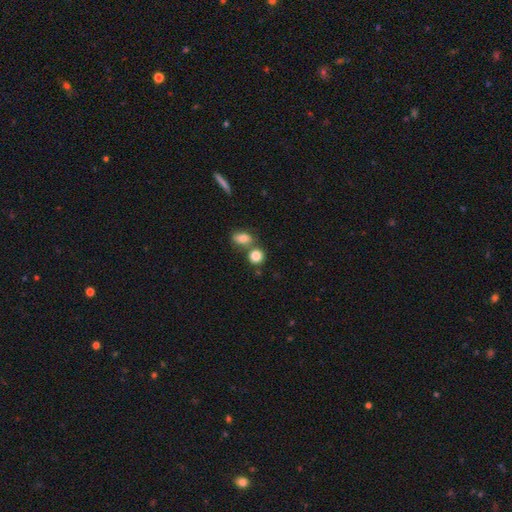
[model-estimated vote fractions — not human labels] A smooth galaxy with no disk features (83%) that is round (77%). Merging: none (55%).